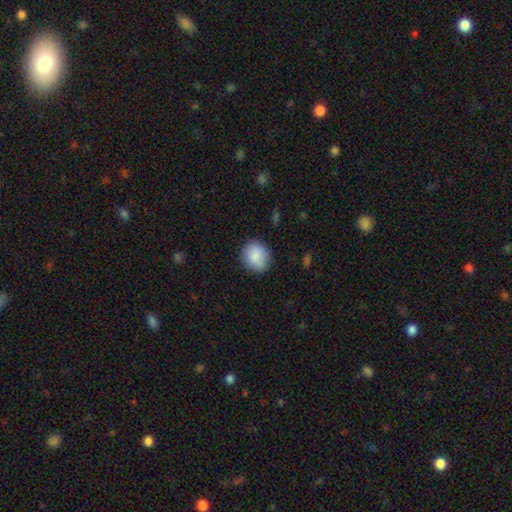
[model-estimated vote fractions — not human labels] A smooth galaxy with no disk features (88%) that is round (77%). Merging: none (85%).